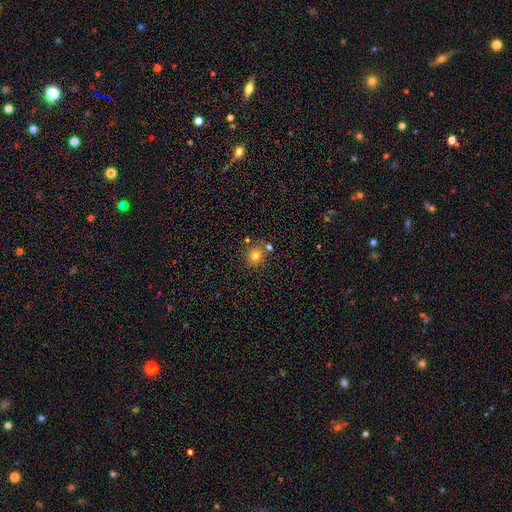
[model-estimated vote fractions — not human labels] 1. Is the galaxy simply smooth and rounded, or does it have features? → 76% smooth, 14% star or artifact, 9% featured or disk.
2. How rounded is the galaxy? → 81% round, 18% in between, 1% cigar-shaped.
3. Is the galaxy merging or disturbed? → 73% none, 14% merger, 10% minor disturbance, 3% major disturbance.